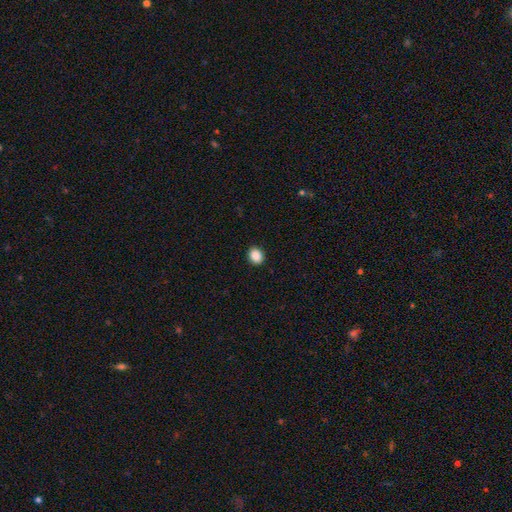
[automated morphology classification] The model was most divided on "how rounded": round: 59%, in between: 40%, cigar-shaped: 1%. More confident: merging — none (91%); smooth or featured — smooth (89%).